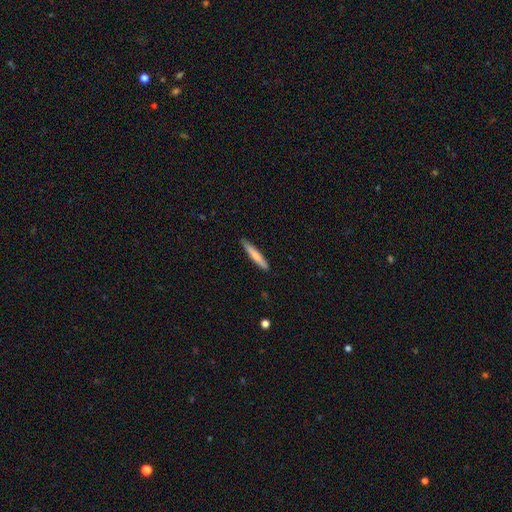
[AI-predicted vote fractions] A smooth galaxy with no disk features (73%) that is cigar-shaped (93%). Merging: none (88%).